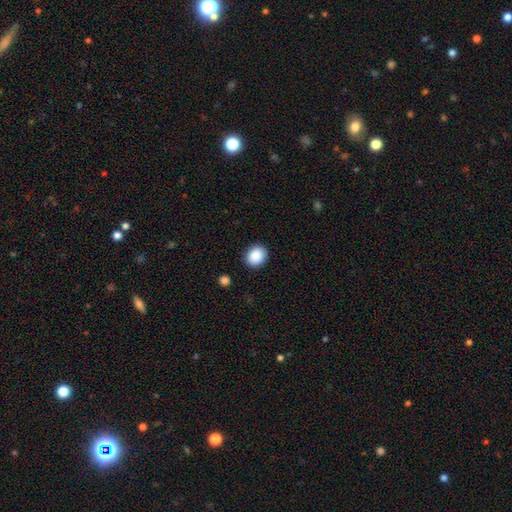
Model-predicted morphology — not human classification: The model was most divided on "how rounded": round: 60%, in between: 39%, cigar-shaped: 1%. More confident: smooth or featured — smooth (89%); merging — none (89%).